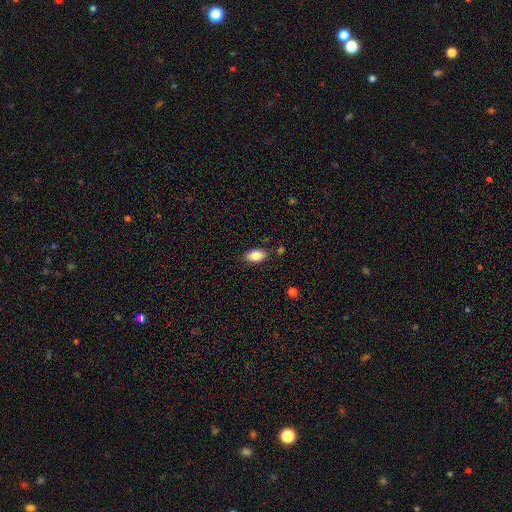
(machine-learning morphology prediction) A smooth galaxy with no disk features (85%) that is in between round and cigar-shaped (91%).

Vote fractions:
- Smooth or featured? smooth: 85% / star or artifact: 8% / featured or disk: 7%
- How rounded? in between: 91% / round: 6% / cigar-shaped: 3%
- Merging? none: 82% / minor disturbance: 13% / major disturbance: 3% / merger: 2%